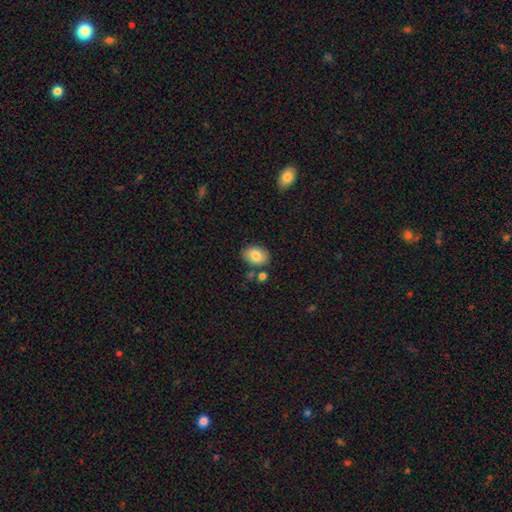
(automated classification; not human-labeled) Morphology: type=smooth (83%); roundness=in between (75%); merging=none (77%).